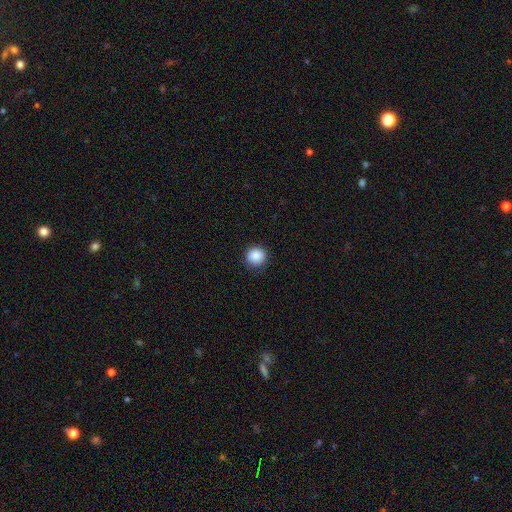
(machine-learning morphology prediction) Q: Smooth or featured?
A: smooth (88%); runner-up: star or artifact (9%)
Q: How rounded?
A: round (94%); runner-up: in between (5%)
Q: Merging?
A: none (89%); runner-up: minor disturbance (8%)